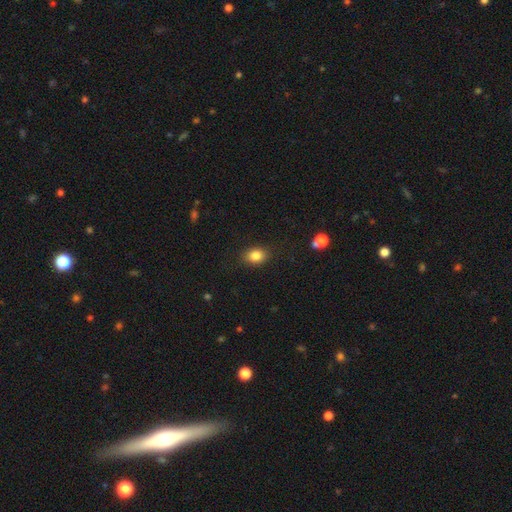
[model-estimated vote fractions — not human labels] Morphology: type=smooth (84%); roundness=in between (65%); merging=none (86%).